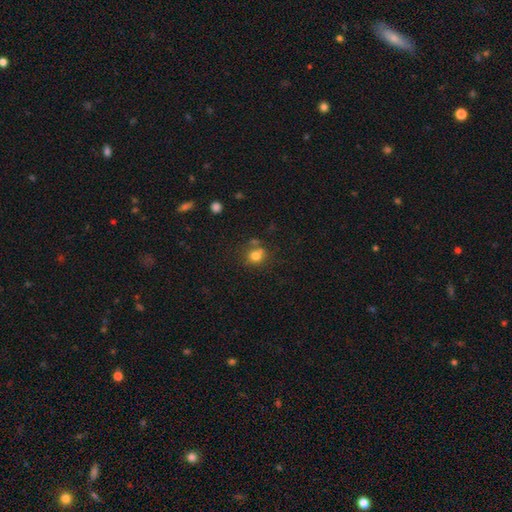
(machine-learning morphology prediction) Overall: smooth (76%). How rounded: round (80%). Merging: none (58%; merger 23%).